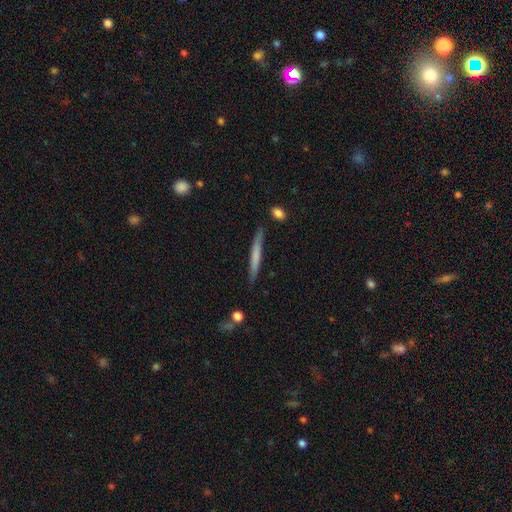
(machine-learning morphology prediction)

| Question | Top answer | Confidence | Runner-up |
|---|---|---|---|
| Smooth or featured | smooth | 59% | featured or disk (35%) |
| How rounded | cigar-shaped | 96% | in between (3%) |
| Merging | none | 84% | minor disturbance (12%) |